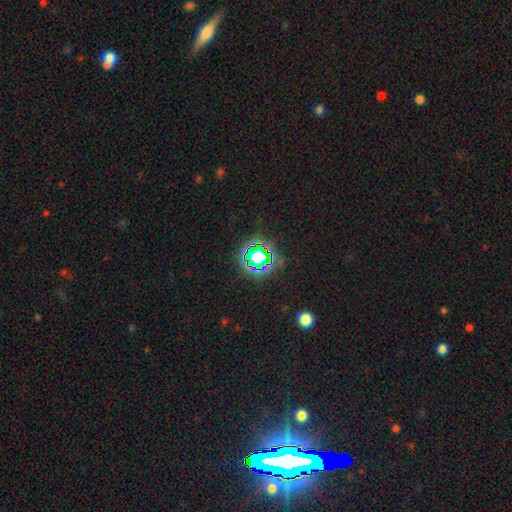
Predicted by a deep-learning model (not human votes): This appears to be a star or artifact, not a galaxy (71%).